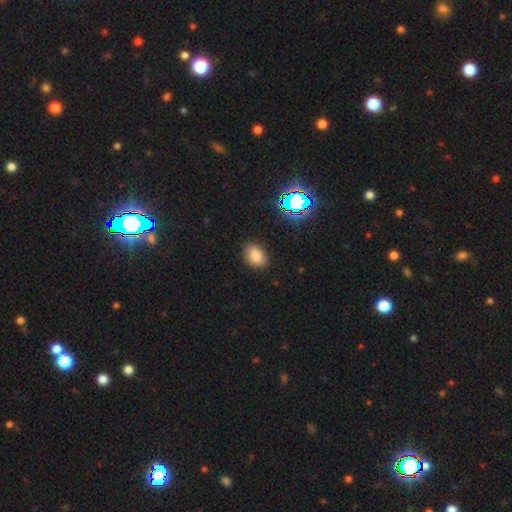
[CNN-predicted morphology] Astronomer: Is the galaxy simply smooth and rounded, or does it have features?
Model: smooth — 79%.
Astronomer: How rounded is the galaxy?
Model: in between — 76%.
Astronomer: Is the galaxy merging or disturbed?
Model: none — 86%.